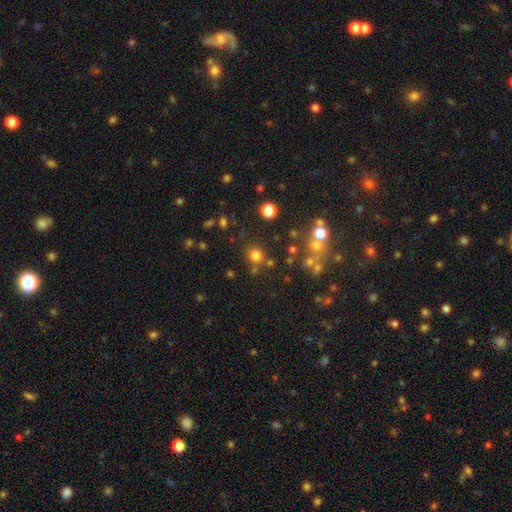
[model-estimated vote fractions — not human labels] Smooth or featured? smooth (74%)
How rounded? round (83%)
Merging? none (76%)